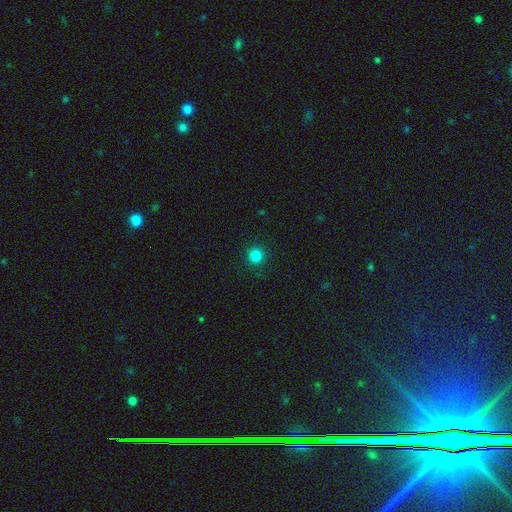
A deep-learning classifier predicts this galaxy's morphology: A smooth galaxy with no disk features (84%) that is round (95%). Merging: none (92%).